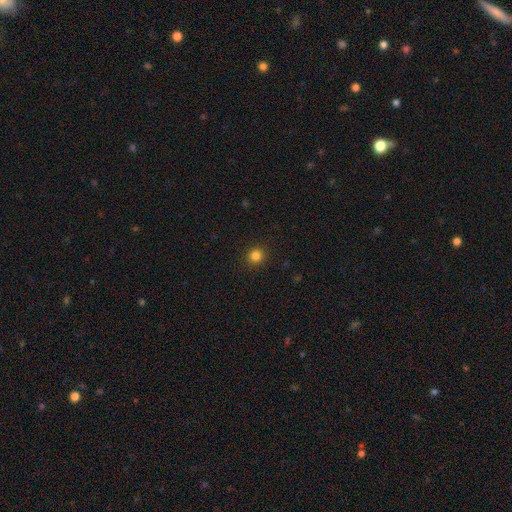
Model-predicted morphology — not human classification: smooth 83%, star or artifact 13%, featured or disk 4%. Down the decision tree: how rounded — round (92%); merging — none (92%).